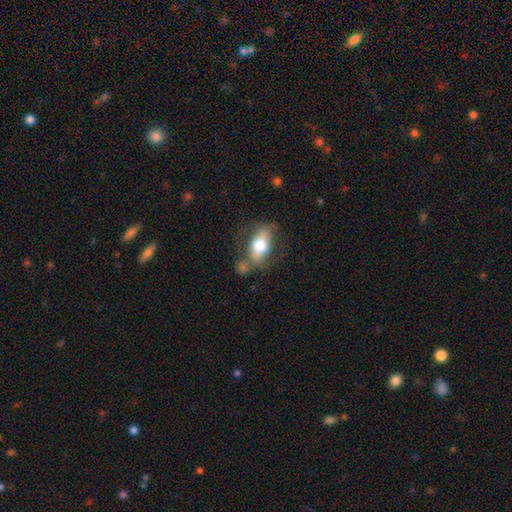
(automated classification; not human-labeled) Morphology: type=smooth (55%); roundness=in between (82%); merging=none (60%).